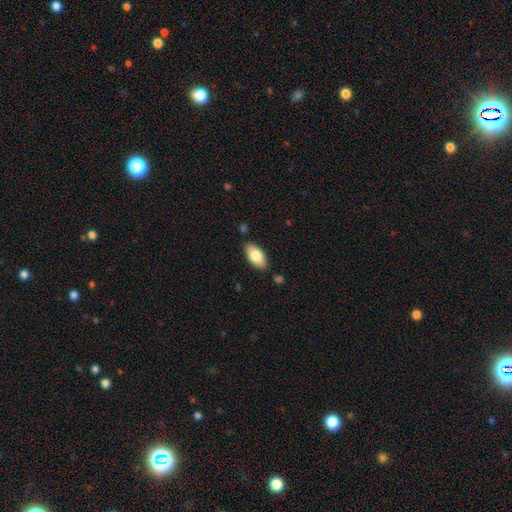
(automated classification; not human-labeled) Smooth or featured? smooth (79%)
How rounded? in between (92%)
Merging? none (83%)